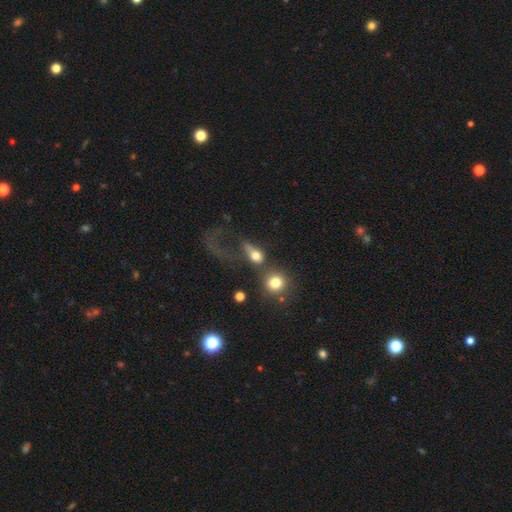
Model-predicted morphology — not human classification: Smooth or featured? smooth (65%)
How rounded? round (52%)
Merging? merger (38%)